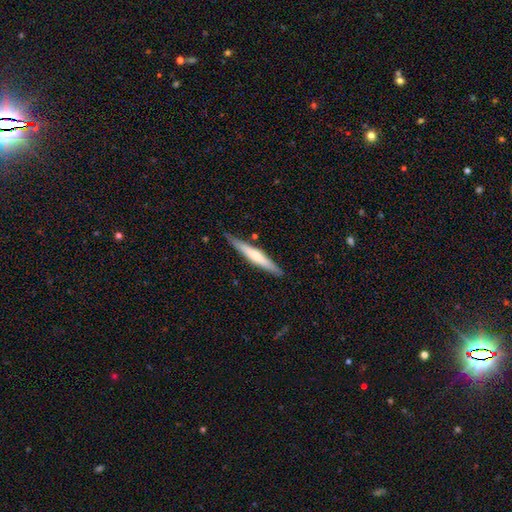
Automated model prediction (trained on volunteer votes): The model was most divided on "smooth or featured": smooth: 48%, featured or disk: 47%, star or artifact: 5%. More confident: merging — none (84%).